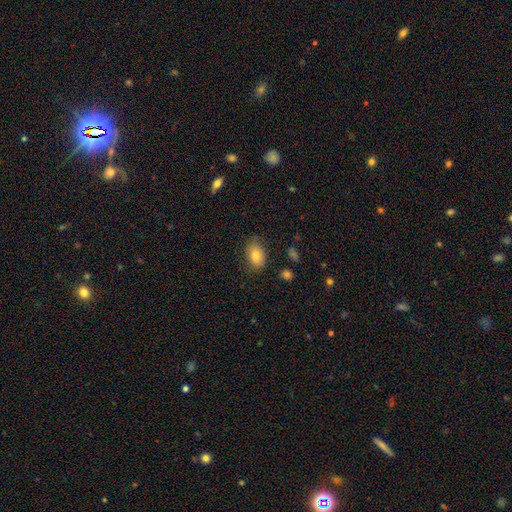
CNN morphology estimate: A smooth galaxy with no disk features (81%) that is in between round and cigar-shaped (85%).

Vote fractions:
- Smooth or featured? smooth: 81% / featured or disk: 11% / star or artifact: 8%
- How rounded? in between: 85% / round: 13% / cigar-shaped: 2%
- Merging? none: 76% / minor disturbance: 18% / major disturbance: 4% / merger: 2%